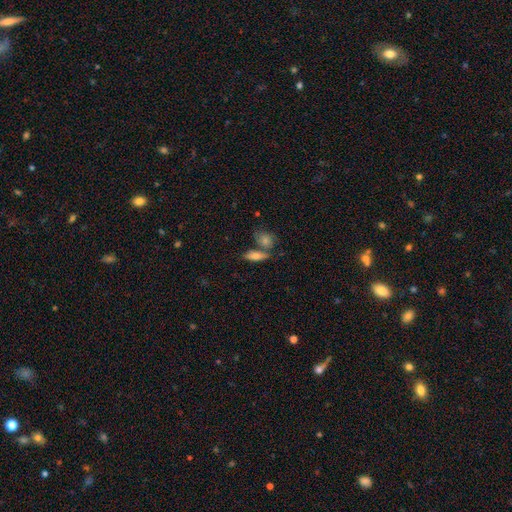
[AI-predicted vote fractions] Smooth or featured?
  - smooth: 69% *
  - featured or disk: 23%
  - star or artifact: 8%
How rounded?
  - in between: 58% *
  - cigar-shaped: 36%
  - round: 5%
Merging?
  - none: 53% *
  - merger: 32%
  - minor disturbance: 11%
  - major disturbance: 4%